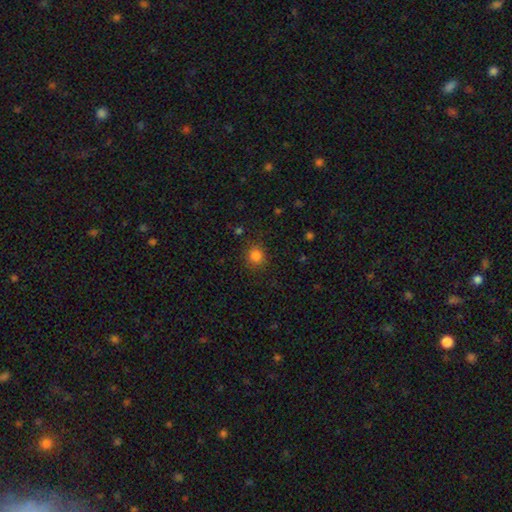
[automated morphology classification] This is clearly a smooth galaxy (83%). How rounded: clearly round (86%). Merging: clearly none (86%).